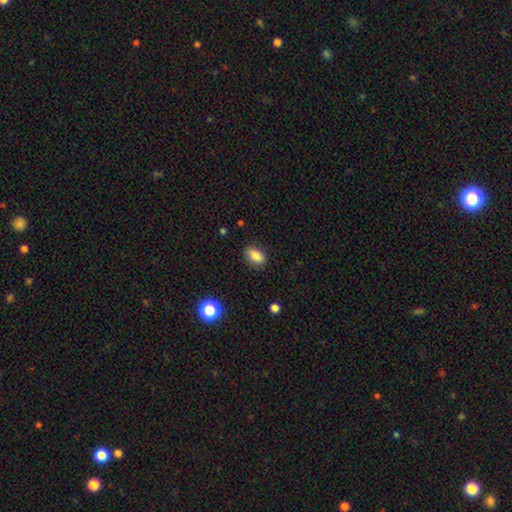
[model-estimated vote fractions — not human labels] The model was most divided on "smooth or featured": smooth: 83%, star or artifact: 9%, featured or disk: 8%. More confident: how rounded — in between (87%); merging — none (86%).